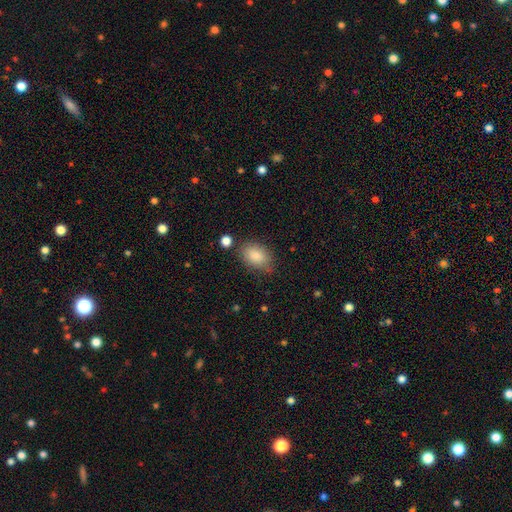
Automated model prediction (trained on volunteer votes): Overall: smooth (86%). How rounded: in between (86%). Merging: none (71%).